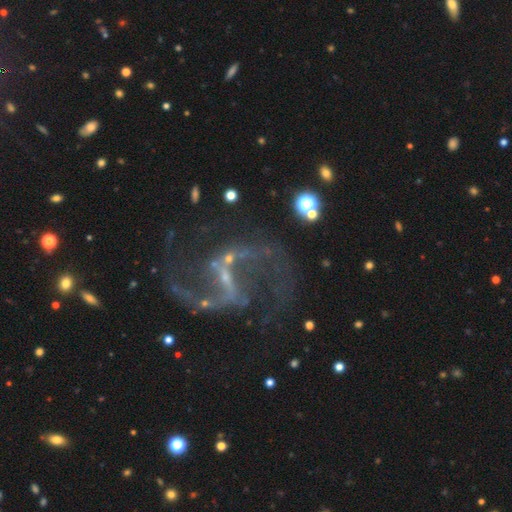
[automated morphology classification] Overall: featured or disk (91%). Edge-on disk: no (98%). Bar: weak (44%; strong 40%). Spiral arms: yes (97%). Spiral arm count: 2 (94%). Spiral winding: loose (60%; medium 34%). Bulge size: small (64%; none 26%). Merging: none (69%).